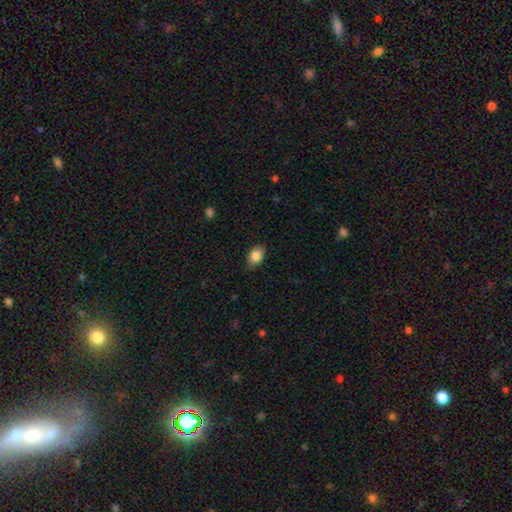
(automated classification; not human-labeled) Smooth or featured? smooth (85%)
How rounded? in between (68%)
Merging? none (82%)